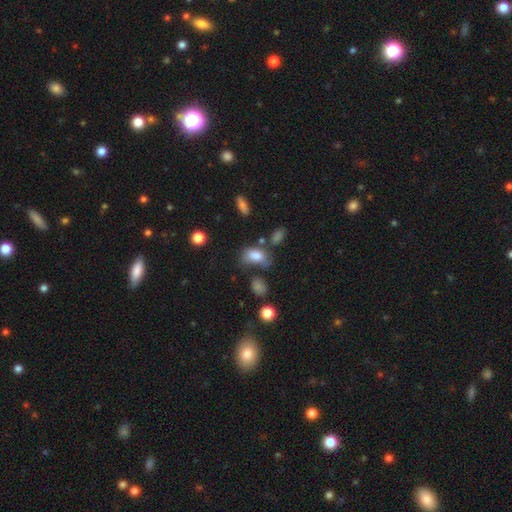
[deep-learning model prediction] Smooth or featured? smooth (78%)
How rounded? in between (87%)
Merging? none (40%)